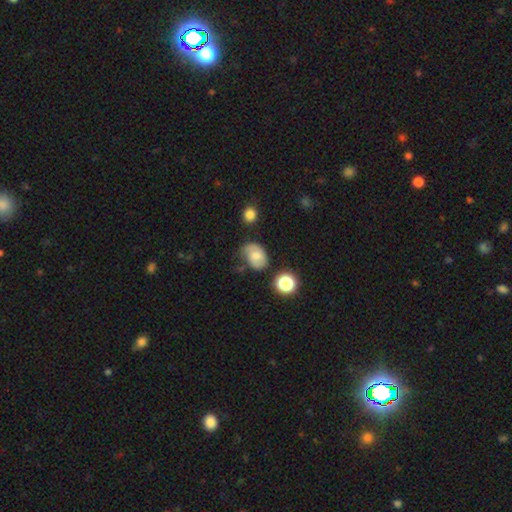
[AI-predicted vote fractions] smooth-or-featured: smooth: 52% | featured or disk: 38% | star or artifact: 11%
  how-rounded: in between: 66% | round: 33% | cigar-shaped: 1%
  merging: none: 48% | minor disturbance: 33% | major disturbance: 15% | merger: 5%